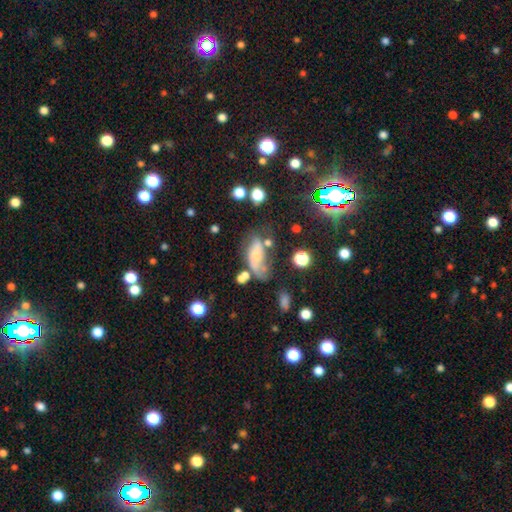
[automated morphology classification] Overall: smooth (45%; featured or disk 42%). Merging: none (36%; minor disturbance 24%).